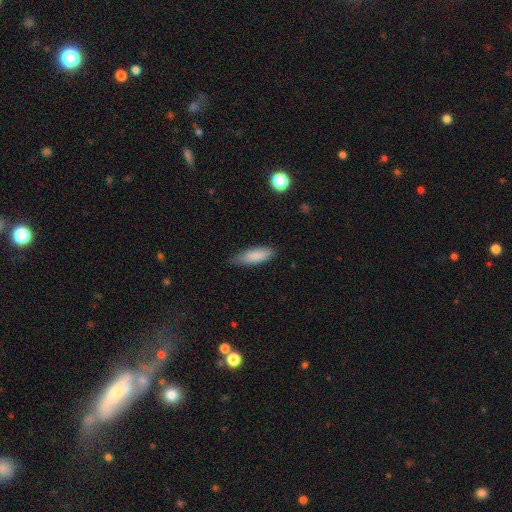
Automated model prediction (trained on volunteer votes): Smooth or featured? smooth (86%)
How rounded? in between (55%)
Merging? none (71%)